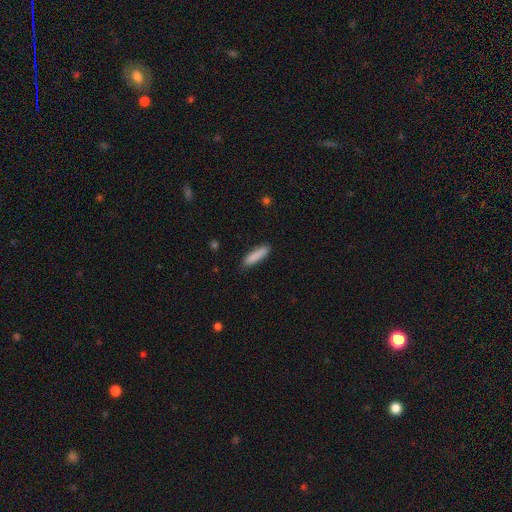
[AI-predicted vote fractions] A smooth galaxy with no disk features (87%) that is cigar-shaped (72%).

Vote fractions:
- Smooth or featured? smooth: 87% / featured or disk: 6% / star or artifact: 6%
- How rounded? cigar-shaped: 72% / in between: 26% / round: 1%
- Merging? none: 85% / minor disturbance: 11% / major disturbance: 2% / merger: 1%